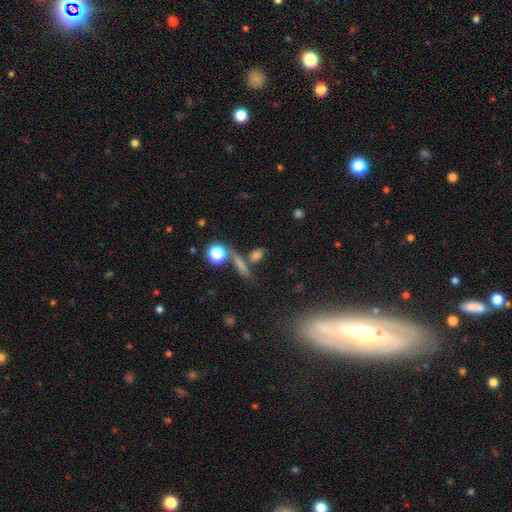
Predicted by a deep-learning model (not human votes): This is likely a smooth galaxy (65%). How rounded: marginally in between (38%). Merging: likely none (60%).